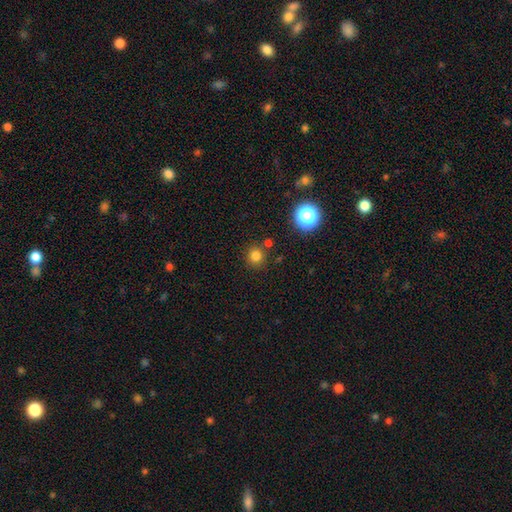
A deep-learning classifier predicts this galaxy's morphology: smooth_or_featured: smooth (p=0.79) [alt: star or artifact p=0.16]
how_rounded: round (p=0.92) [alt: in between p=0.07]
merging: none (p=0.82) [alt: minor disturbance p=0.08]